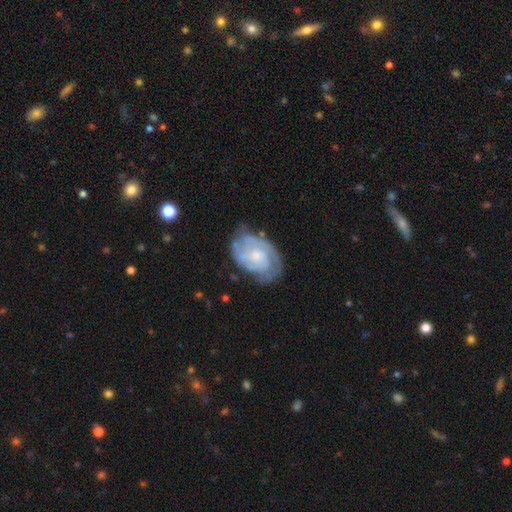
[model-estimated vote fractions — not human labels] The model was most divided on "spiral arm count" (2-way tie): can't tell: 34%, 2: 34%, 3: 18%, 4: 5%, 1: 5%, more than 4: 4%. More confident: edge-on disk — no (97%); spiral arms — yes (91%); smooth or featured — featured or disk (78%); bar — no (69%); merging — none (61%); spiral winding — tight (58%); bulge size — small (54%).